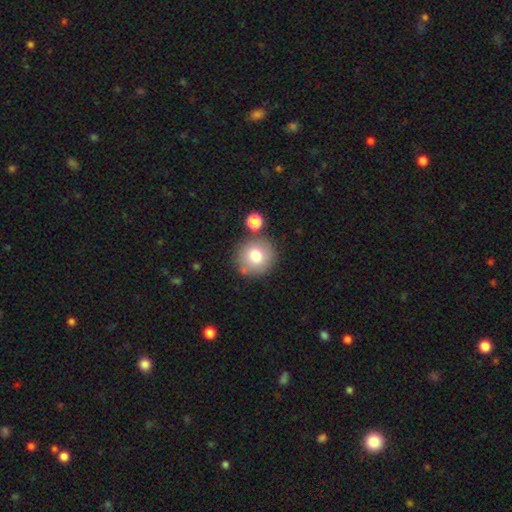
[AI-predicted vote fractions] smooth 76%, featured or disk 14%, star or artifact 11%. Down the decision tree: how rounded — round (93%); merging — none (79%).